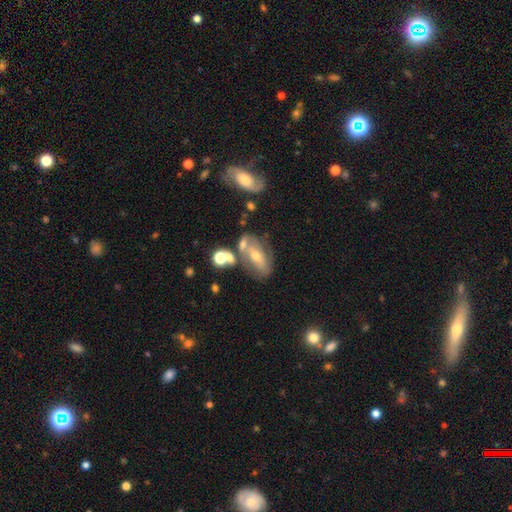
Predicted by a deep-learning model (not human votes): This is possibly a featured or disk galaxy (59%). It is clearly not viewed edge-on (82%). Merging: possibly none (48%).